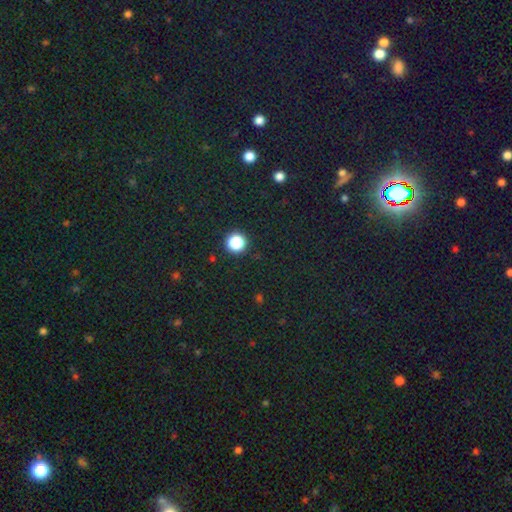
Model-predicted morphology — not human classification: Smooth or featured?
  - star or artifact: 70% *
  - smooth: 24%
  - featured or disk: 7%